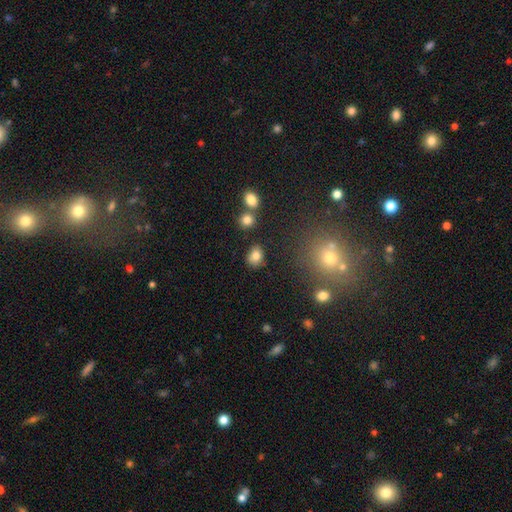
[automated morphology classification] This is clearly a smooth galaxy (82%). How rounded: possibly in between (51%). Merging: likely none (79%).